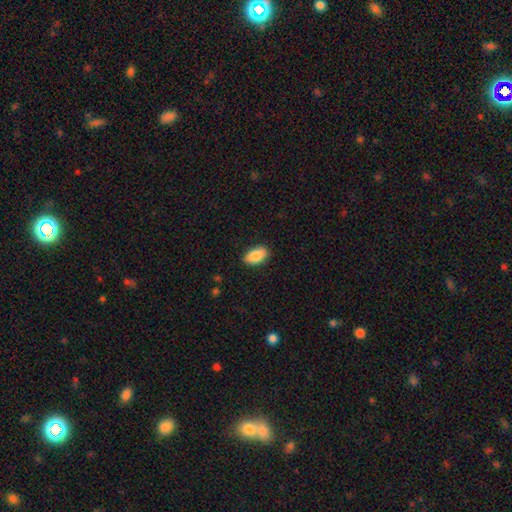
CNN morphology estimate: smooth-or-featured: smooth: 86% | featured or disk: 7% | star or artifact: 7%
  how-rounded: in between: 93% | round: 4% | cigar-shaped: 3%
  merging: none: 86% | minor disturbance: 11% | major disturbance: 2% | merger: 1%